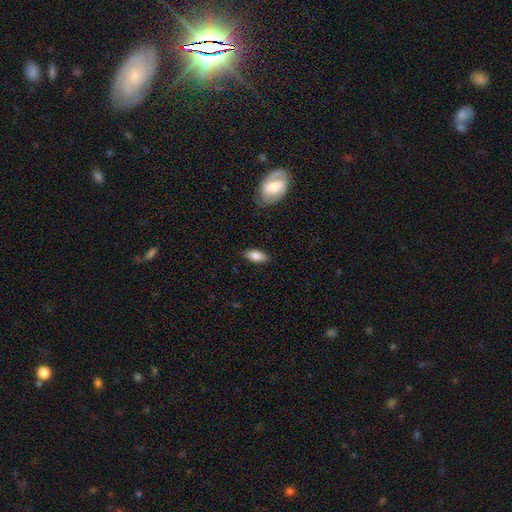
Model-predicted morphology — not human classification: Smooth or featured? smooth (83%)
How rounded? in between (88%)
Merging? none (84%)